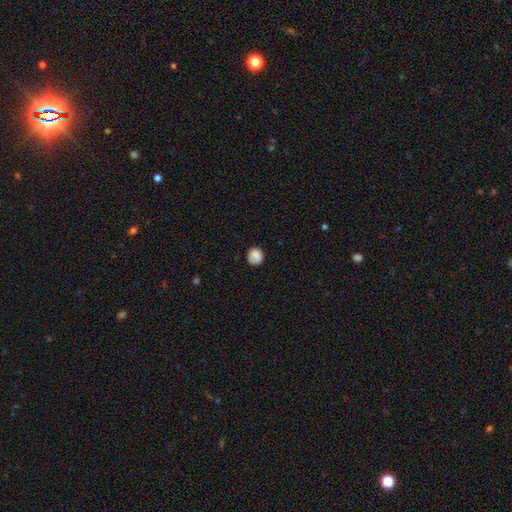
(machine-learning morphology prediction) Smooth or featured? Predicted: smooth (p=0.81). How rounded? Predicted: round (p=0.81). Merging? Predicted: none (p=0.74).